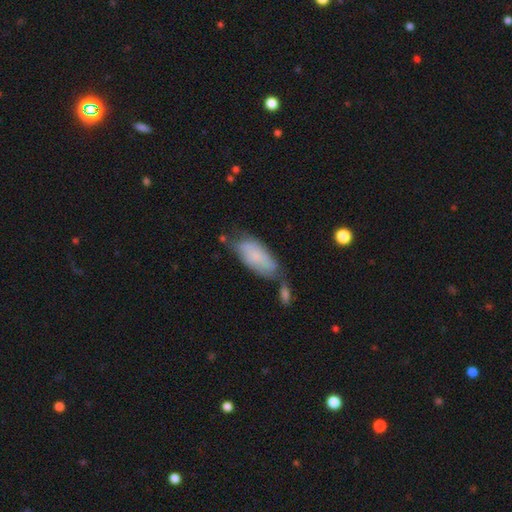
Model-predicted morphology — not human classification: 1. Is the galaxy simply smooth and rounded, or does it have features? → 66% smooth, 27% featured or disk, 7% star or artifact.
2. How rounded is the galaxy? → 84% in between, 14% cigar-shaped, 2% round.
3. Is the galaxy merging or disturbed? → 45% none, 29% minor disturbance, 17% merger, 9% major disturbance.